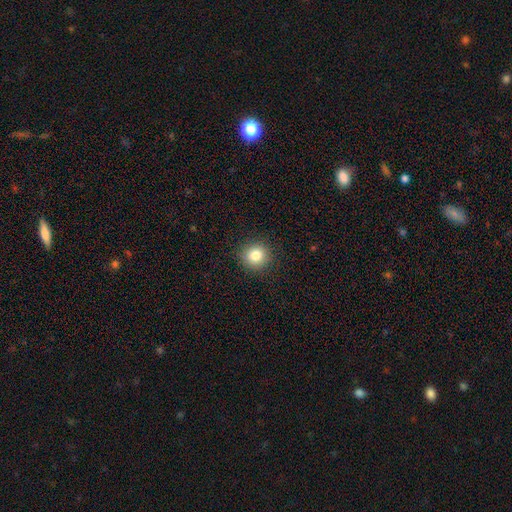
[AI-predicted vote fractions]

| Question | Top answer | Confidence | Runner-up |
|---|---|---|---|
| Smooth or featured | smooth | 82% | star or artifact (11%) |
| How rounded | round | 90% | in between (9%) |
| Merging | none | 91% | minor disturbance (6%) |